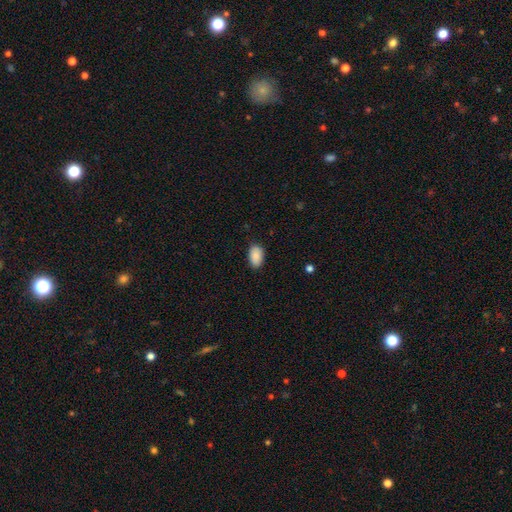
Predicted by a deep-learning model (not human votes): Smooth or featured: smooth — 89% (star or artifact — 7%)
How rounded: in between — 92% (round — 6%)
Merging: none — 85% (minor disturbance — 12%)